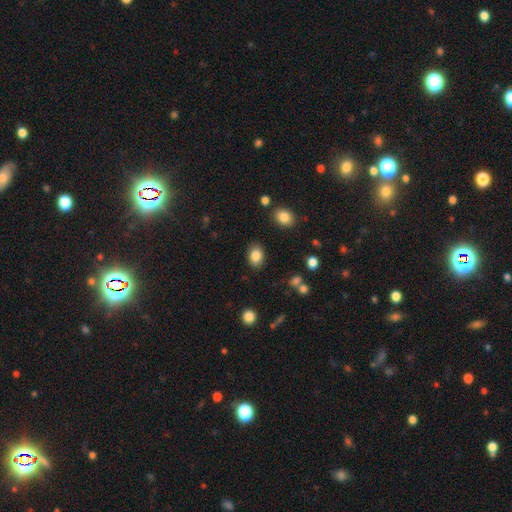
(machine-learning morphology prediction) Overall: smooth (85%). How rounded: in between (69%; round 30%). Merging: none (87%).